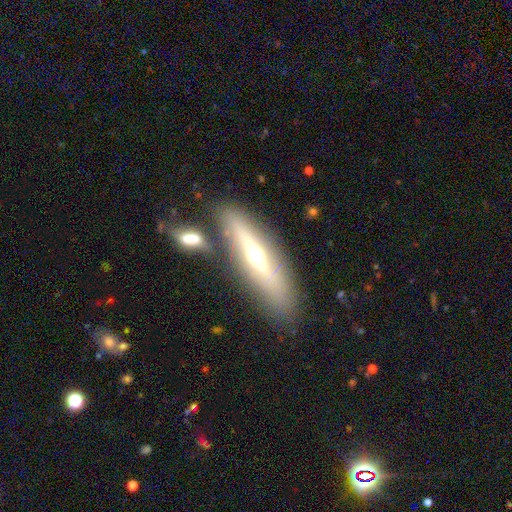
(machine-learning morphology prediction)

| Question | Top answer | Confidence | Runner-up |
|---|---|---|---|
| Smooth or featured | featured or disk | 55% | smooth (37%) |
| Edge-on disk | yes | 77% | no (23%) |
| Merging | none | 74% | merger (11%) |